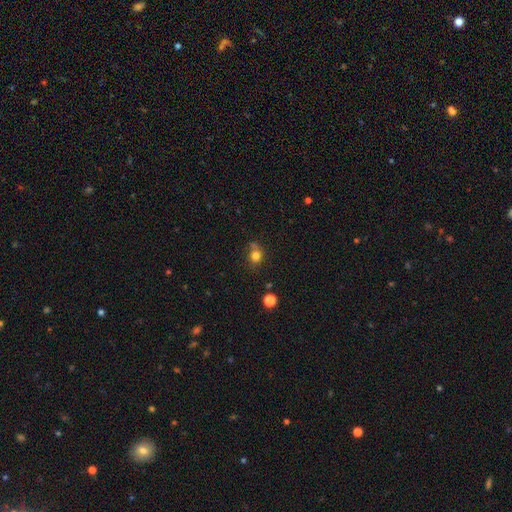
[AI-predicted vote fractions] Smooth or featured: smooth — 78% (star or artifact — 14%)
How rounded: round — 77% (in between — 22%)
Merging: none — 58% (minor disturbance — 21%)